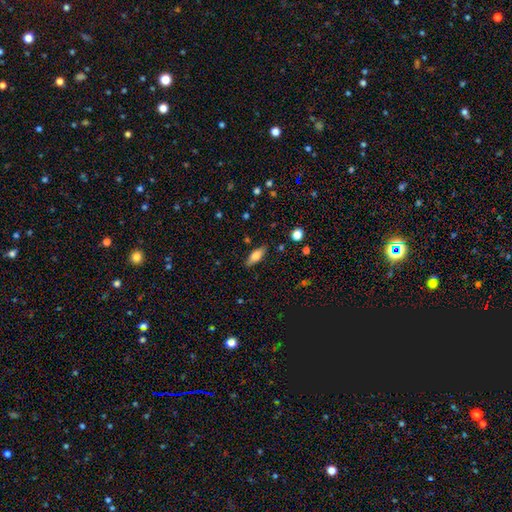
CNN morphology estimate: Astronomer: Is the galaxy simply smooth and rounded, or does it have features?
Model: smooth — 71%.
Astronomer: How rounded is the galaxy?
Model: in between — 68%.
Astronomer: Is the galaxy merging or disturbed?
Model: none — 84%.